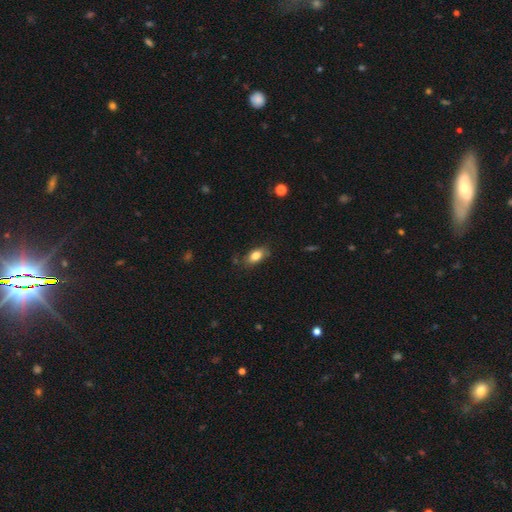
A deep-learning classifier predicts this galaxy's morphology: smooth_or_featured: smooth (p=0.82) [alt: featured or disk p=0.10]
how_rounded: in between (p=0.87) [alt: round p=0.07]
merging: none (p=0.80) [alt: minor disturbance p=0.15]